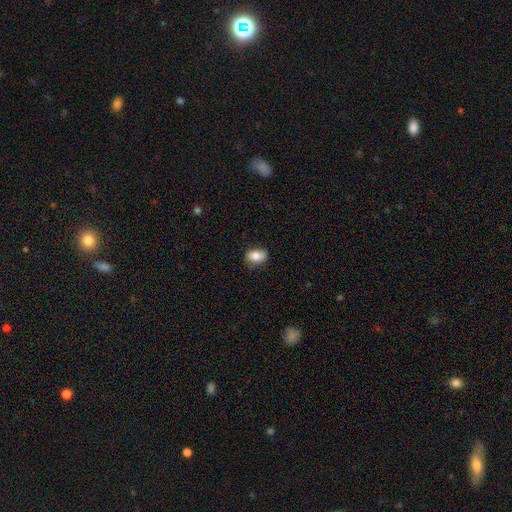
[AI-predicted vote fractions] A smooth galaxy with no disk features (82%) that is in between round and cigar-shaped (77%).

Vote fractions:
- Smooth or featured? smooth: 82% / featured or disk: 10% / star or artifact: 8%
- How rounded? in between: 77% / round: 22% / cigar-shaped: 1%
- Merging? none: 79% / minor disturbance: 17% / major disturbance: 3% / merger: 1%